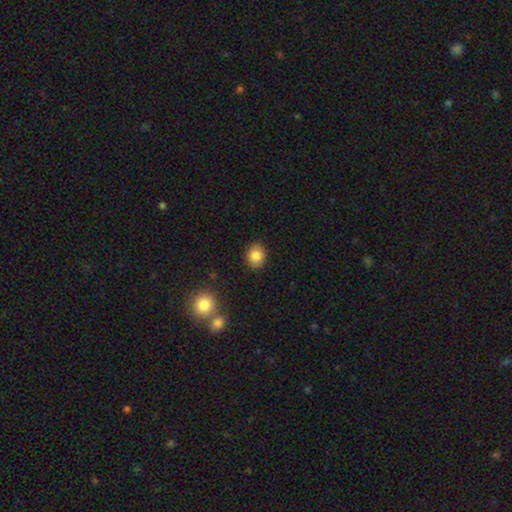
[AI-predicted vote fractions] This appears to be a smooth galaxy with no disk features (85%) that is round (64%). Merging: none (88%).